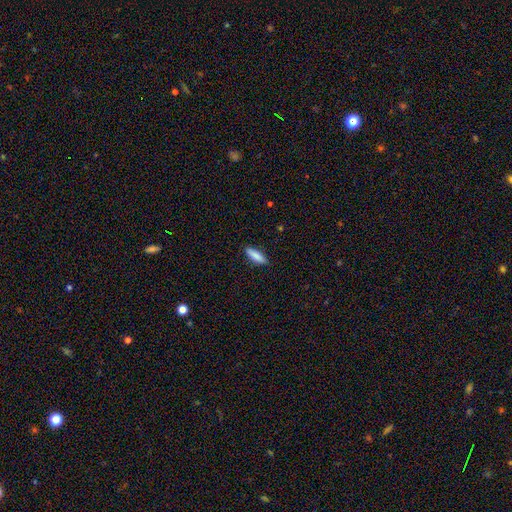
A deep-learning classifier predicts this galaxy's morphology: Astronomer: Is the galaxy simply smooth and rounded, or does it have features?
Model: smooth — 85%.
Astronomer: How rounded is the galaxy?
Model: cigar-shaped — 53% (runner-up: in between, 45%).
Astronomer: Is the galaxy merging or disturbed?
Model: none — 88%.